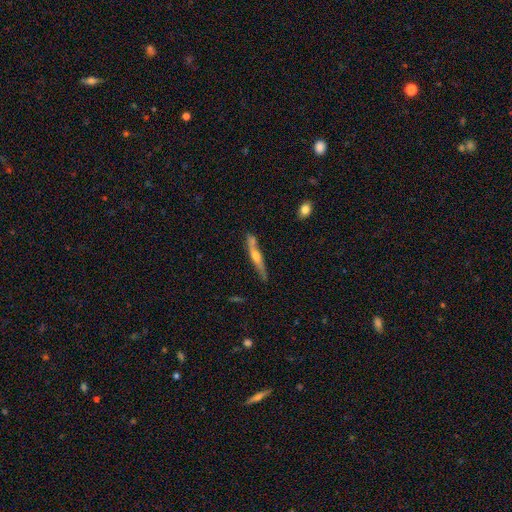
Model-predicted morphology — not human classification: This appears to be a featured or disk galaxy (58%) viewed edge-on (91%) with a rounded central bulge (83%). Merging: none (72%).